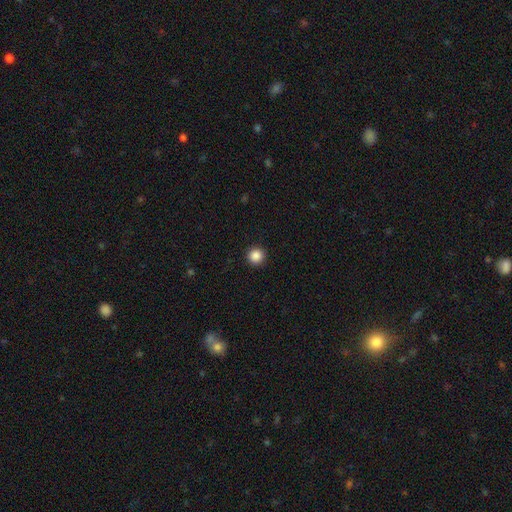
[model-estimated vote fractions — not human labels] smooth-or-featured: smooth: 87% | star or artifact: 10% | featured or disk: 3%
  how-rounded: round: 96% | in between: 3% | cigar-shaped: 1%
  merging: none: 93% | minor disturbance: 4% | major disturbance: 2% | merger: 1%